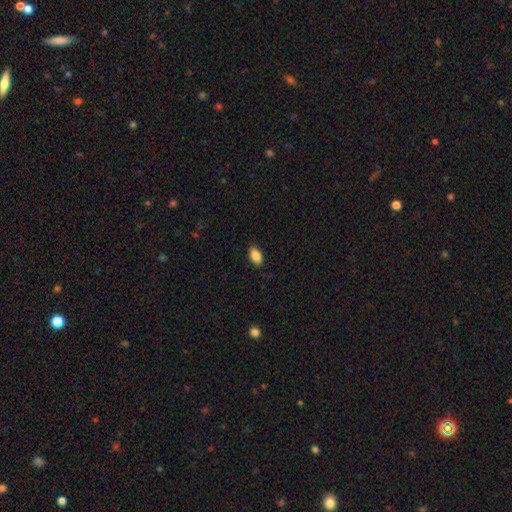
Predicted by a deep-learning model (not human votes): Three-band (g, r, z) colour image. It shows a smooth galaxy with no disk features (87%) that is in between round and cigar-shaped (92%). Merging: none (87%).